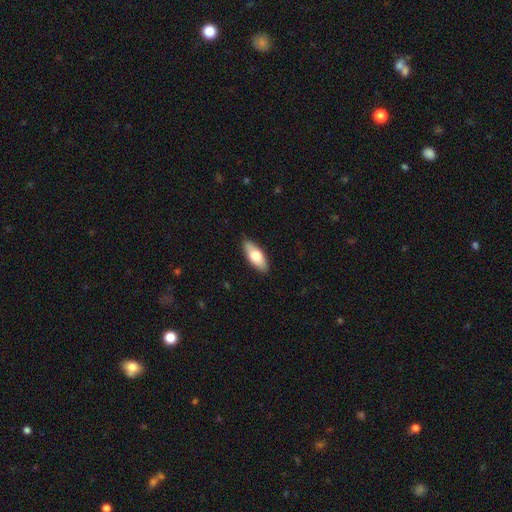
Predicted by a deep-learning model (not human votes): smooth 72%, featured or disk 22%, star or artifact 6%. Down the decision tree: how rounded — in between (80%); merging — none (87%).